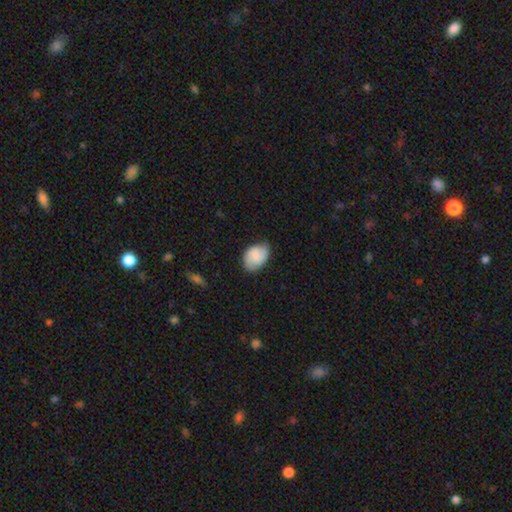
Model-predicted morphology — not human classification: type=smooth (62%); roundness=in between (79%); merging=none (67%).